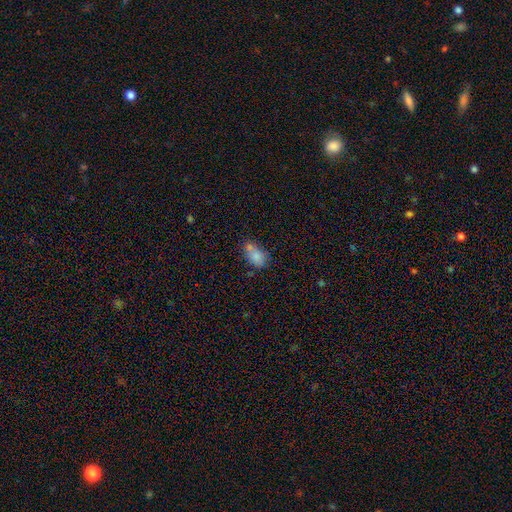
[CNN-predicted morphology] Smooth or featured?
  - smooth: 75% *
  - featured or disk: 15%
  - star or artifact: 11%
How rounded?
  - in between: 83% *
  - round: 14%
  - cigar-shaped: 3%
Merging?
  - none: 40% *
  - merger: 31%
  - minor disturbance: 21%
  - major disturbance: 8%